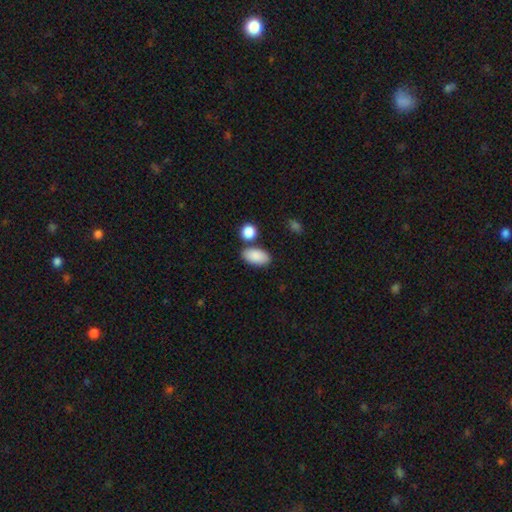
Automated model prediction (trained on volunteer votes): This is clearly a smooth galaxy (89%). How rounded: clearly in between (93%). Merging: likely none (72%).